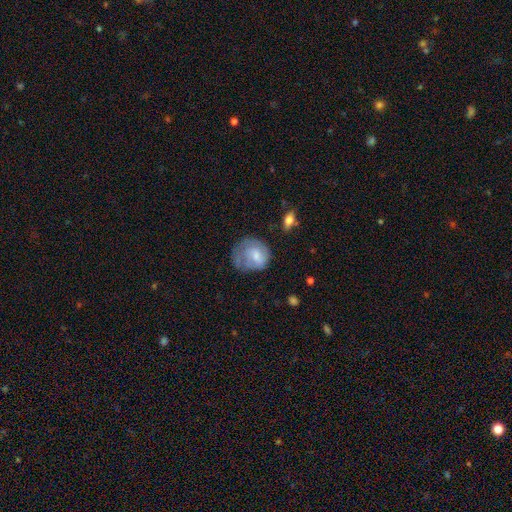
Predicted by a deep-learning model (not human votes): A smooth galaxy with no disk features (59%) that is round (71%). Merging: none (41%).